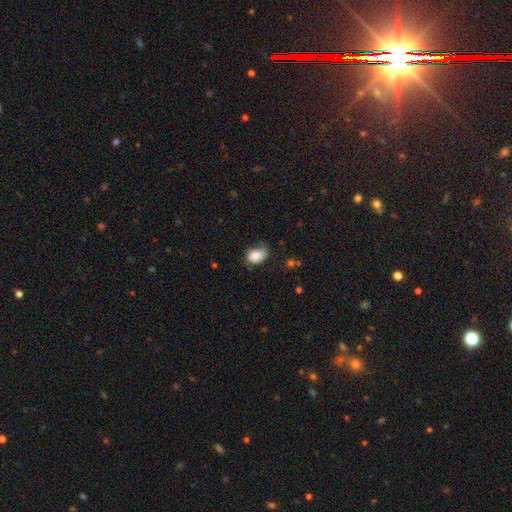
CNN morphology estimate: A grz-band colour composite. It shows a smooth galaxy with no disk features (84%) that is in between round and cigar-shaped (85%). Merging: none (48%).